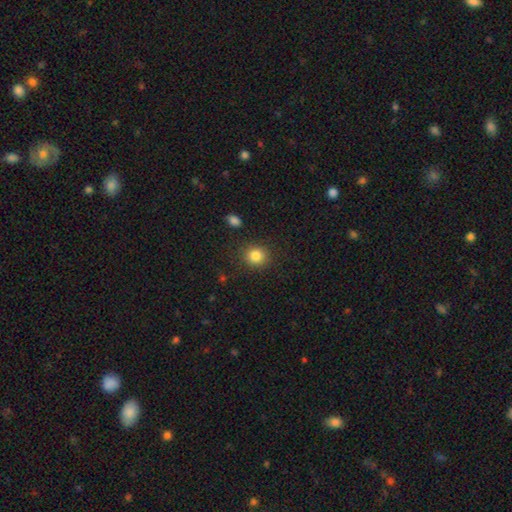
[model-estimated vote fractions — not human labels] smooth 84%, star or artifact 10%, featured or disk 5%. Down the decision tree: how rounded — round (84%); merging — none (88%).